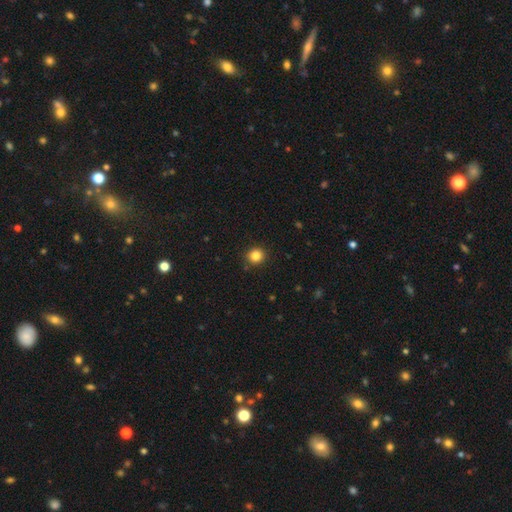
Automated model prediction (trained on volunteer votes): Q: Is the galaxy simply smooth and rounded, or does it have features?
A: smooth — 84%.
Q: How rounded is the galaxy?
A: round — 91%.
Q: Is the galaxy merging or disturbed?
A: none — 91%.